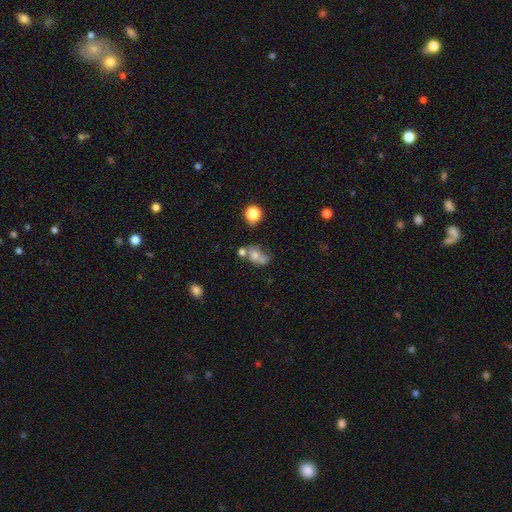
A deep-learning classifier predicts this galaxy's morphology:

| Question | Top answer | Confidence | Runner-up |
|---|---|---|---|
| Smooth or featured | smooth | 59% | featured or disk (25%) |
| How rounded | in between | 53% | round (45%) |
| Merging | merger | 46% | none (31%) |